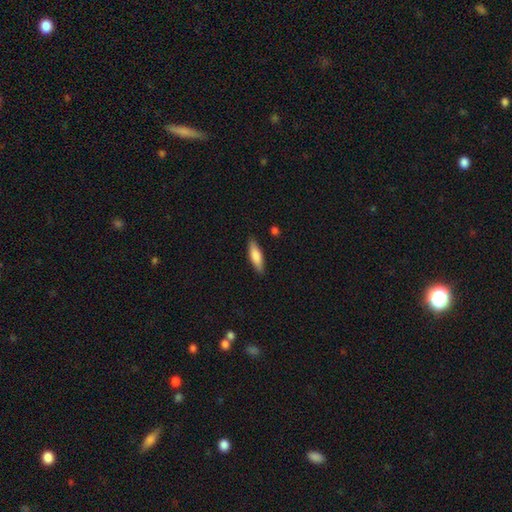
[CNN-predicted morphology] A smooth galaxy with no disk features (78%) that is cigar-shaped (56%).

Vote fractions:
- Smooth or featured? smooth: 78% / featured or disk: 17% / star or artifact: 6%
- How rounded? cigar-shaped: 56% / in between: 42% / round: 2%
- Merging? none: 87% / minor disturbance: 10% / major disturbance: 2% / merger: 1%